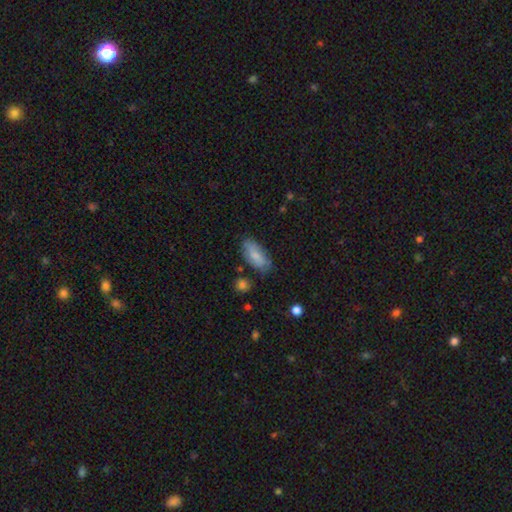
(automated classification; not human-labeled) A smooth galaxy with no disk features (78%) that is in between round and cigar-shaped (87%). Merging: none (68%).